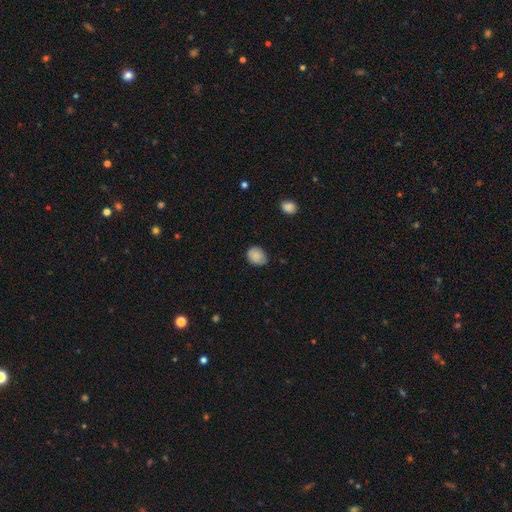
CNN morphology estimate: This is clearly a smooth galaxy (85%). How rounded: possibly round (52%). Merging: likely none (69%).